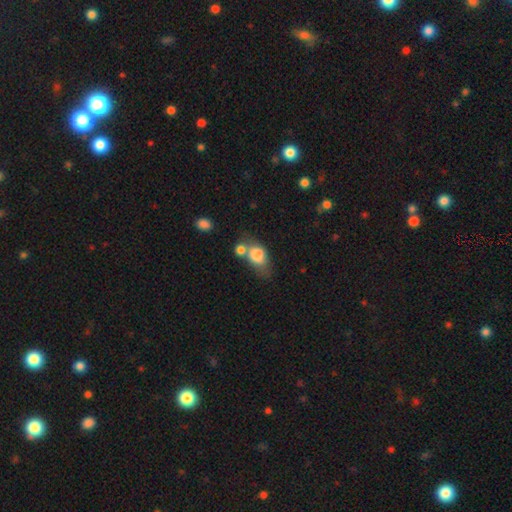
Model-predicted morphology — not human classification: Smooth or featured? smooth (74%)
How rounded? in between (75%)
Merging? merger (45%)